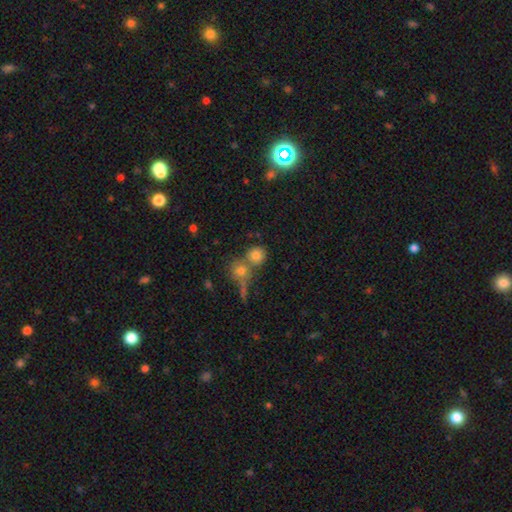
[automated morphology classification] Smooth or featured? Predicted: smooth (p=0.78). How rounded? Predicted: round (p=0.83). Merging? Predicted: none (p=0.49).